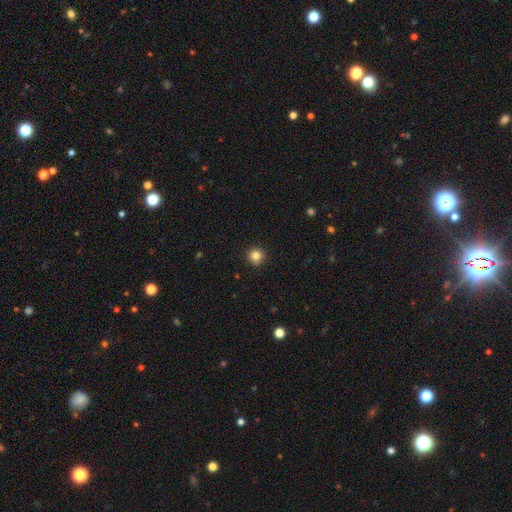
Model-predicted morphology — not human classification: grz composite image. It shows a smooth galaxy with no disk features (83%) that is round (95%). Merging: none (92%).